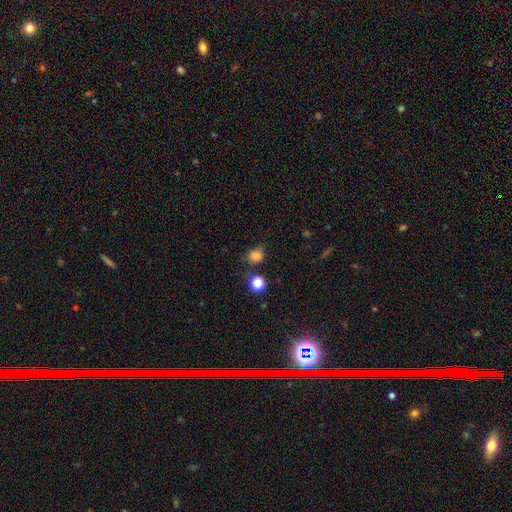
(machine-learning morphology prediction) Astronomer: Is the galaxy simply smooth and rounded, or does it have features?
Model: smooth — 80%.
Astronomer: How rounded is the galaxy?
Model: round — 53% (runner-up: in between, 46%).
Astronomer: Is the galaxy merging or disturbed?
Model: none — 64%.